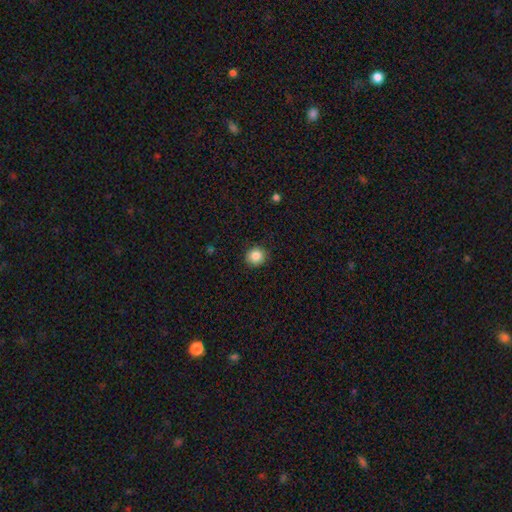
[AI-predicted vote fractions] smooth 86%, star or artifact 10%, featured or disk 5%. Down the decision tree: how rounded — round (90%); merging — none (90%).